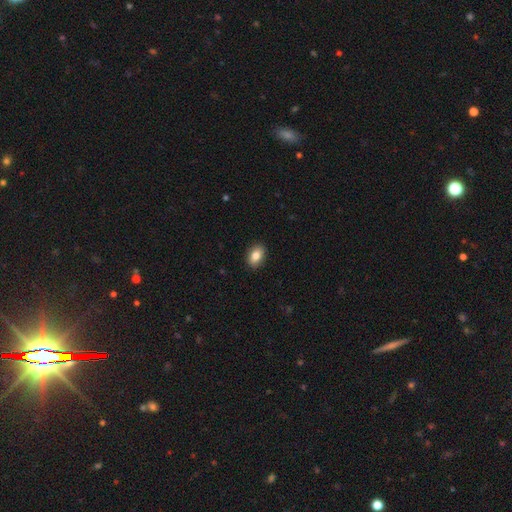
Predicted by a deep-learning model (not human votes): This is clearly a smooth galaxy (84%). How rounded: clearly in between (83%). Merging: clearly none (90%).